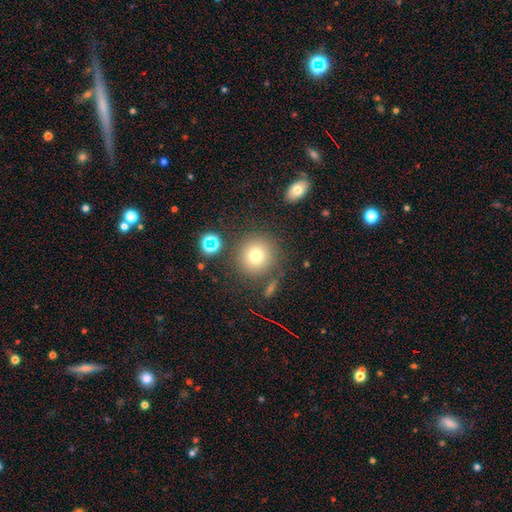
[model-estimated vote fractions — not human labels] smooth 75%, star or artifact 15%, featured or disk 10%. Down the decision tree: how rounded — round (94%); merging — none (82%).